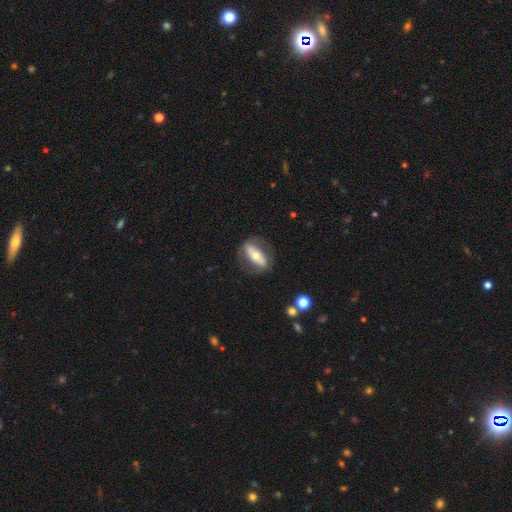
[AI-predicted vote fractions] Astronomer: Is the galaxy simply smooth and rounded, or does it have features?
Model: featured or disk — 61%.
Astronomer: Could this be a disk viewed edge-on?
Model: no — 68%.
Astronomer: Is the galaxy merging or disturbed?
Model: none — 75%.